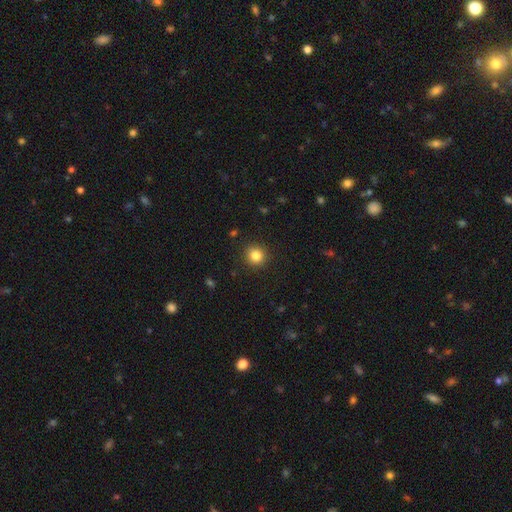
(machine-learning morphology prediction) Smooth or featured?
  - smooth: 84% *
  - star or artifact: 11%
  - featured or disk: 5%
How rounded?
  - round: 92% *
  - in between: 7%
  - cigar-shaped: 1%
Merging?
  - none: 91% *
  - minor disturbance: 6%
  - major disturbance: 2%
  - merger: 1%